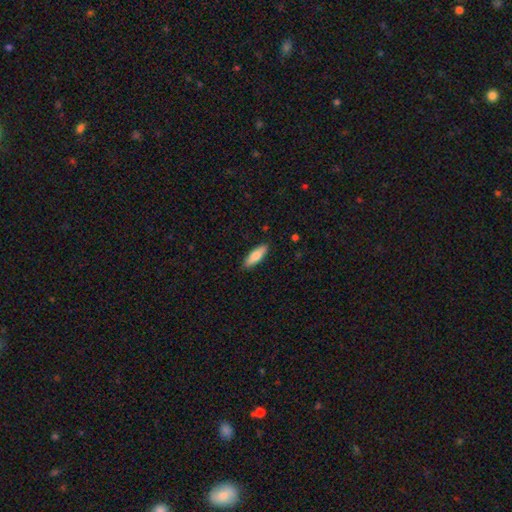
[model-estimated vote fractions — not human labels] This is clearly a smooth galaxy (82%). How rounded: possibly in between (55%). Merging: clearly none (88%).